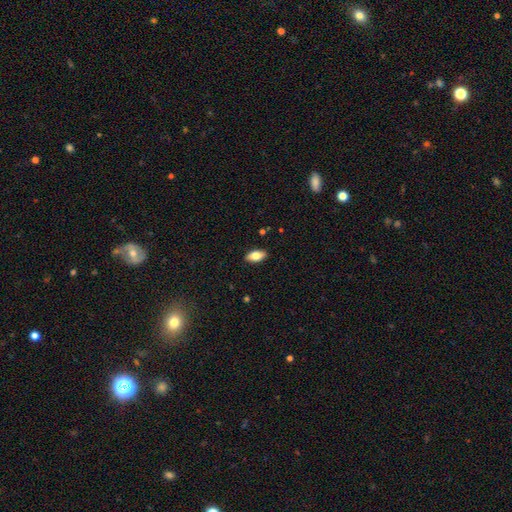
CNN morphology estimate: Smooth or featured: smooth — 79% (featured or disk — 14%)
How rounded: in between — 92% (cigar-shaped — 5%)
Merging: none — 90% (minor disturbance — 8%)